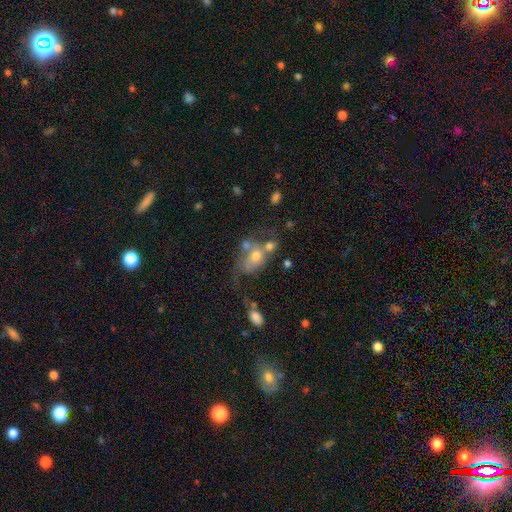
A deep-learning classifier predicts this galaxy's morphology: Overall: smooth (52%; featured or disk 36%). How rounded: in between (70%). Merging: merger (34%; none 25%).